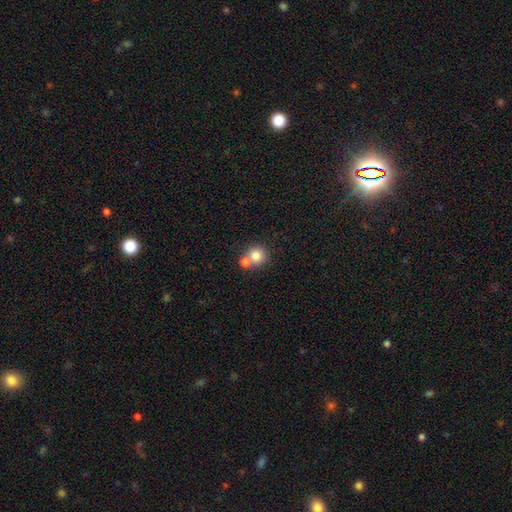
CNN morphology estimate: A smooth galaxy with no disk features (80%) that is round (89%). Merging: none (48%).